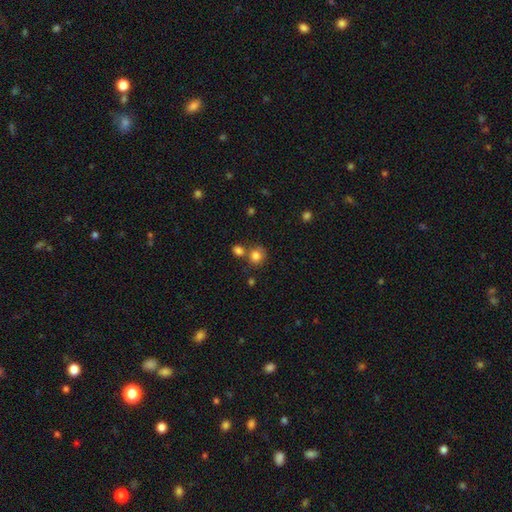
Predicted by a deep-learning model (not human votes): Smooth or featured?
  - smooth: 81% *
  - star or artifact: 11%
  - featured or disk: 8%
How rounded?
  - round: 80% *
  - in between: 19%
  - cigar-shaped: 1%
Merging?
  - none: 57% *
  - merger: 26%
  - minor disturbance: 12%
  - major disturbance: 5%